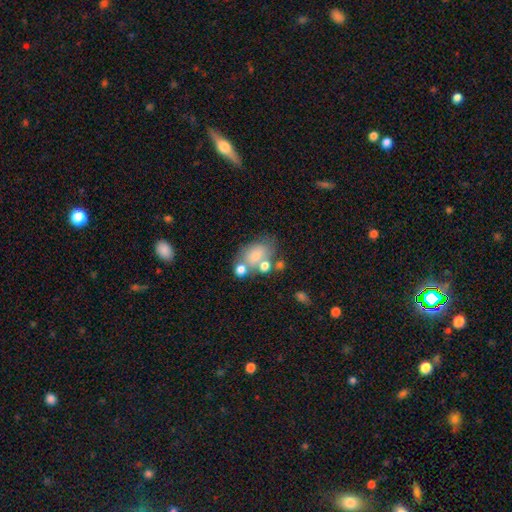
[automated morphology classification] smooth-or-featured: smooth: 68% | featured or disk: 21% | star or artifact: 11%
  how-rounded: in between: 80% | round: 18% | cigar-shaped: 2%
  merging: none: 40% | merger: 32% | minor disturbance: 17% | major disturbance: 11%